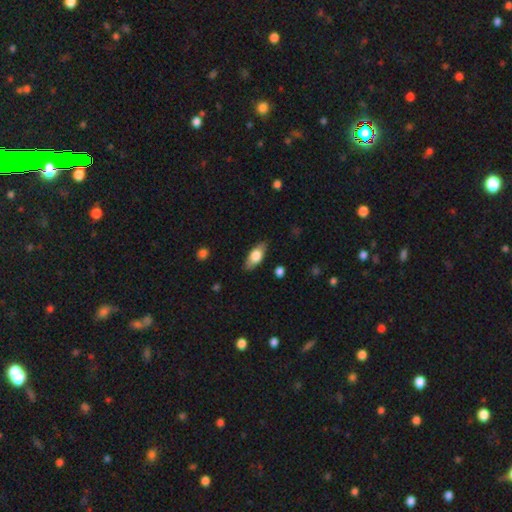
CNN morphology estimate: type=smooth (67%); roundness=in between (83%); merging=none (85%).